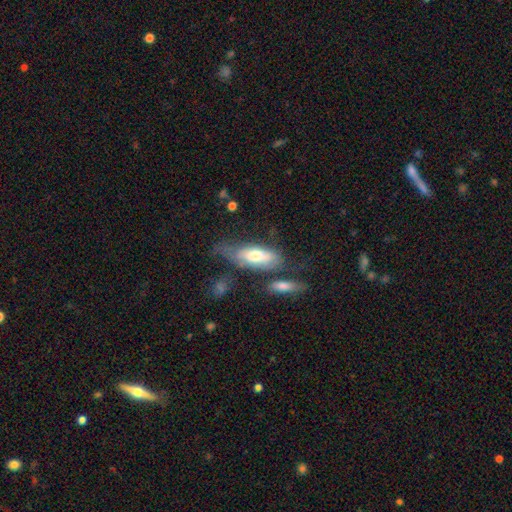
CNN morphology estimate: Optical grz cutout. It shows a smooth galaxy with no disk features (59%) that is in between round and cigar-shaped (72%). Merging: none (38%).